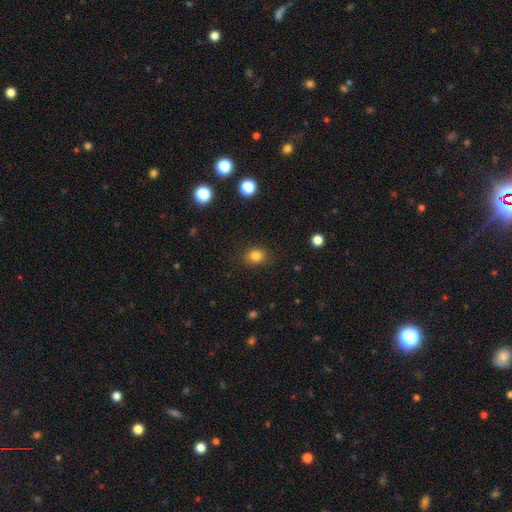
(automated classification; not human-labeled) Smooth or featured: smooth — 83% (star or artifact — 12%)
How rounded: round — 53% (in between — 46%)
Merging: none — 85% (minor disturbance — 10%)